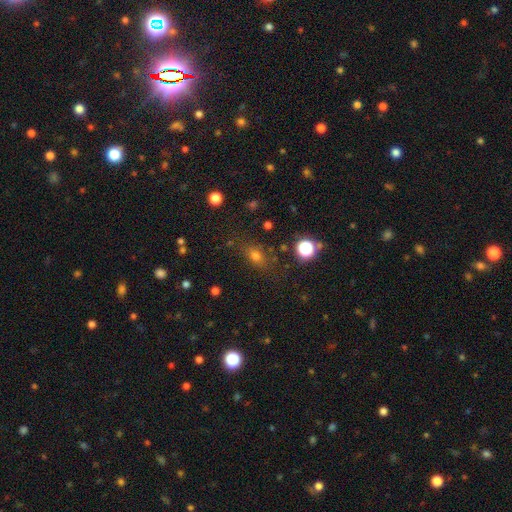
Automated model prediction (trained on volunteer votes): Smooth or featured: smooth — 65% (star or artifact — 24%)
How rounded: in between — 60% (round — 34%)
Merging: none — 77% (minor disturbance — 14%)